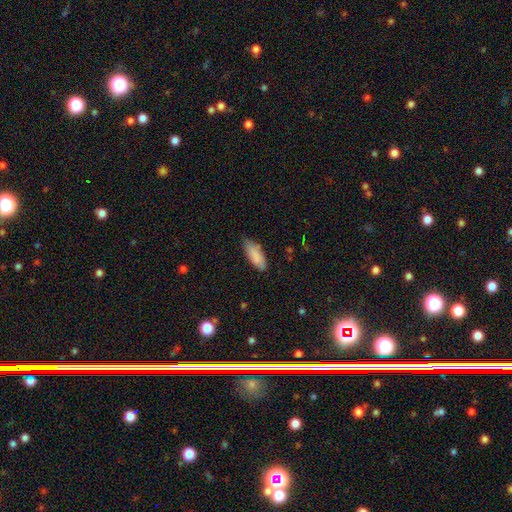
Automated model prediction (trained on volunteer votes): This is clearly a smooth galaxy (86%). How rounded: likely in between (75%). Merging: likely none (71%).